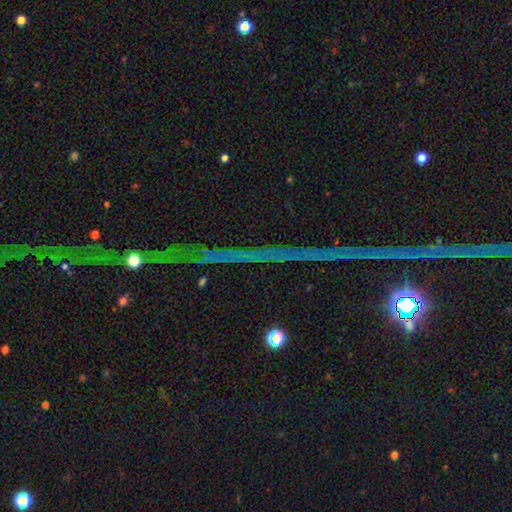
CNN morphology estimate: A star or artifact, not a galaxy (85%).